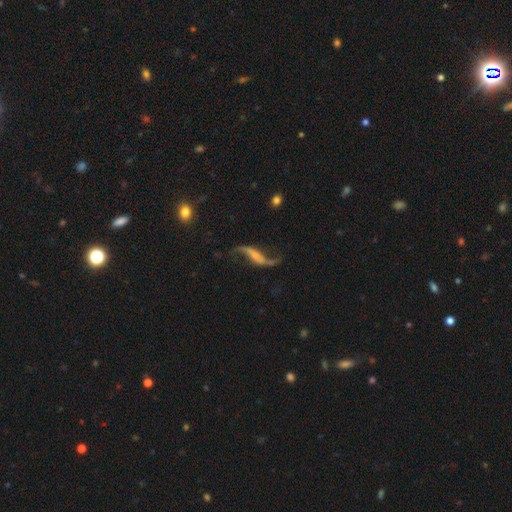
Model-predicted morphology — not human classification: smooth-or-featured: featured or disk: 86% | smooth: 8% | star or artifact: 6%
  disk-edge-on: no: 91% | yes: 9%
    bar: strong: 35% | no: 33% | weak: 32%
    has-spiral-arms: yes: 95% | no: 5%
      spiral-winding: loose: 95% | medium: 4% | tight: 2%
      spiral-arm-count: 2: 93% | 1: 3% | can't tell: 1% | 3: 1% | 4: 1% | more than 4: 1%
    bulge-size: none: 45% | small: 35% | moderate: 13% | large: 4% | dominant: 2%
  merging: none: 66% | minor disturbance: 16% | major disturbance: 14% | merger: 4%